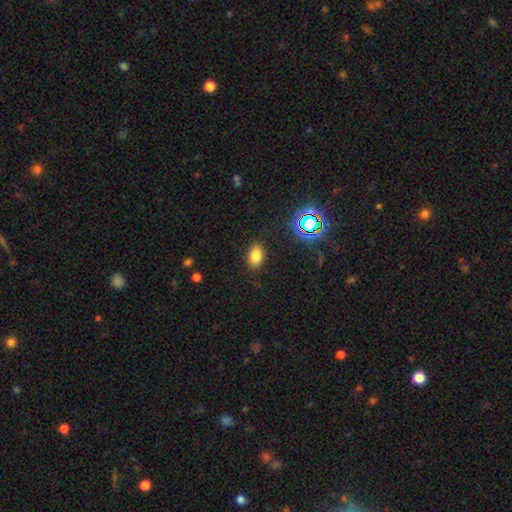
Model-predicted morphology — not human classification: Q: Smooth or featured?
A: smooth (77%); runner-up: star or artifact (16%)
Q: How rounded?
A: in between (84%); runner-up: round (14%)
Q: Merging?
A: none (85%); runner-up: minor disturbance (10%)